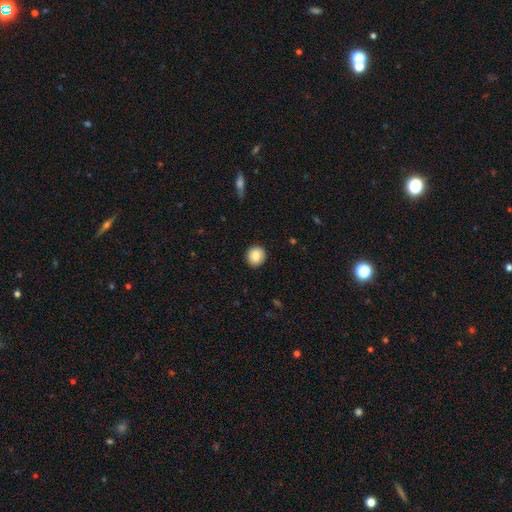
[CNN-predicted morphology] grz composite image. It shows a smooth galaxy with no disk features (86%) that is round (84%). Merging: none (91%).